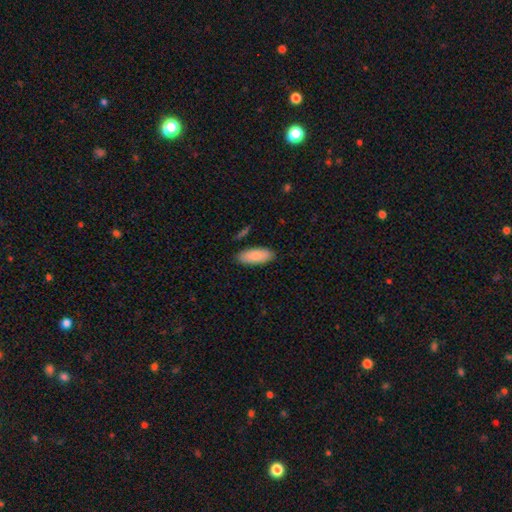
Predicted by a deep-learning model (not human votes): Morphology: type=smooth (85%); roundness=in between (81%); merging=none (86%).